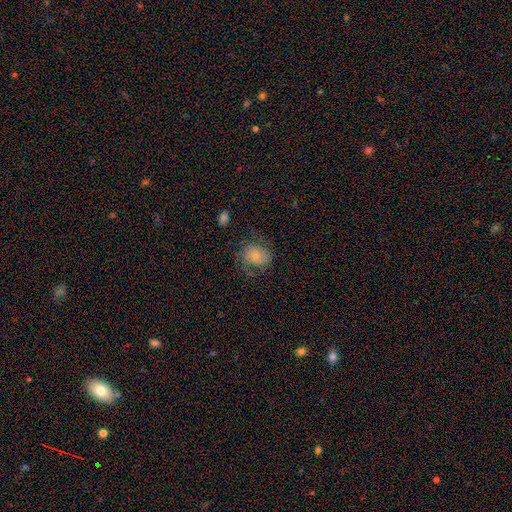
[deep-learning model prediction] smooth 53%, featured or disk 38%, star or artifact 9%. Down the decision tree: how rounded — round (63%); merging — none (56%).